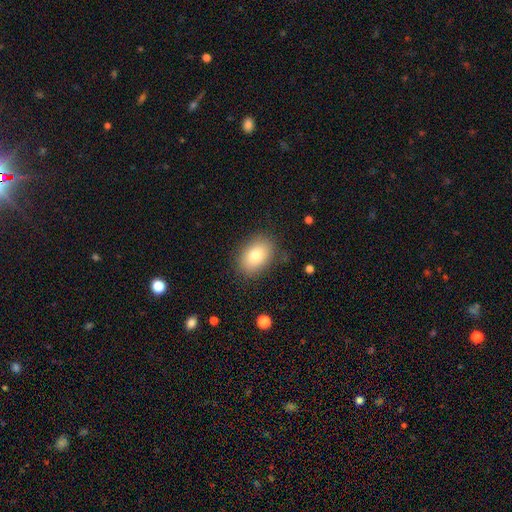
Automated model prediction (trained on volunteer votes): Smooth or featured? smooth (78%)
How rounded? in between (80%)
Merging? none (82%)